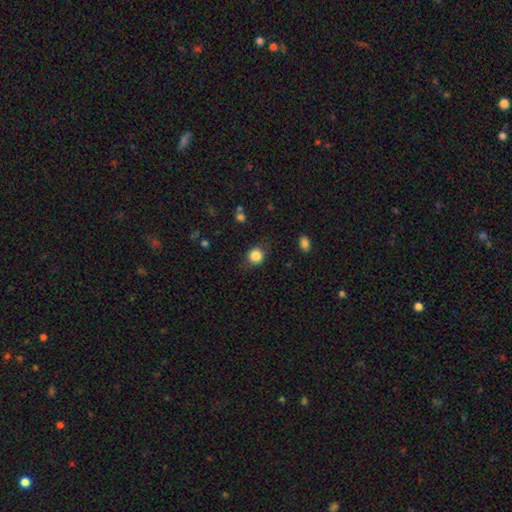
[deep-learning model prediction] Smooth or featured: smooth — 85% (star or artifact — 10%)
How rounded: round — 82% (in between — 17%)
Merging: none — 78% (minor disturbance — 16%)